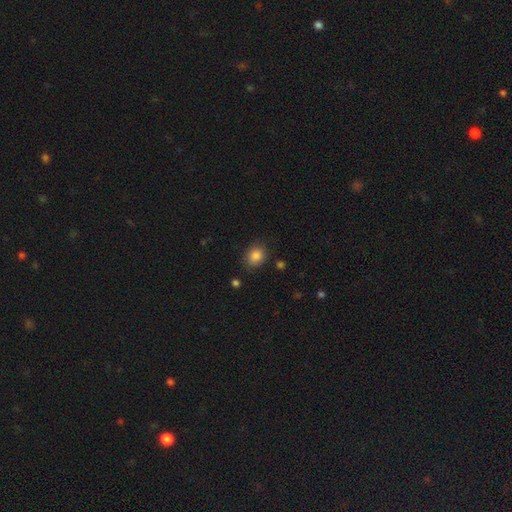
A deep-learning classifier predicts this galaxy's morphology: Smooth or featured: smooth — 85% (star or artifact — 9%)
How rounded: round — 53% (in between — 46%)
Merging: none — 80% (minor disturbance — 14%)